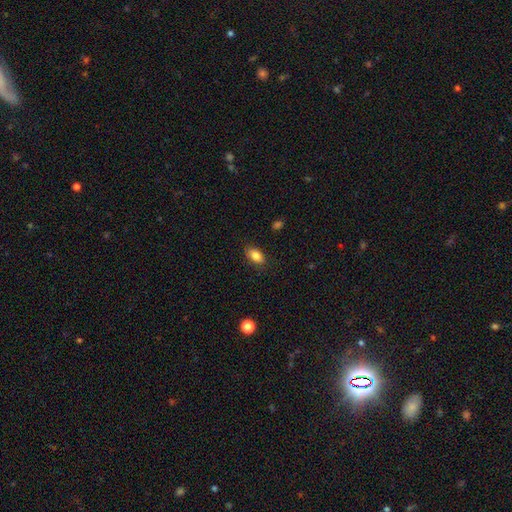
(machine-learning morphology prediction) This appears to be a smooth galaxy with no disk features (85%) that is in between round and cigar-shaped (87%). Merging: none (86%).